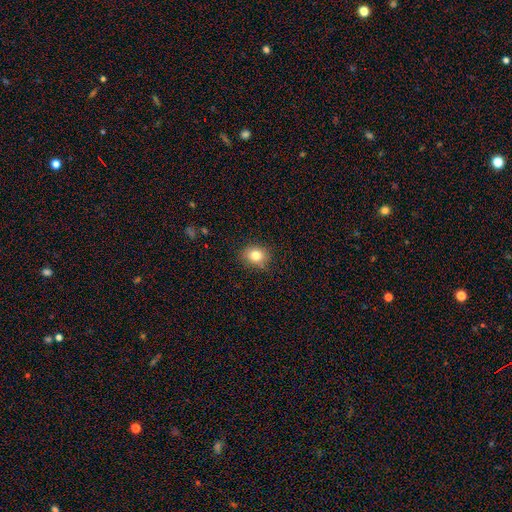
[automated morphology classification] smooth 80%, star or artifact 12%, featured or disk 8%. Down the decision tree: how rounded — round (61%); merging — none (83%).